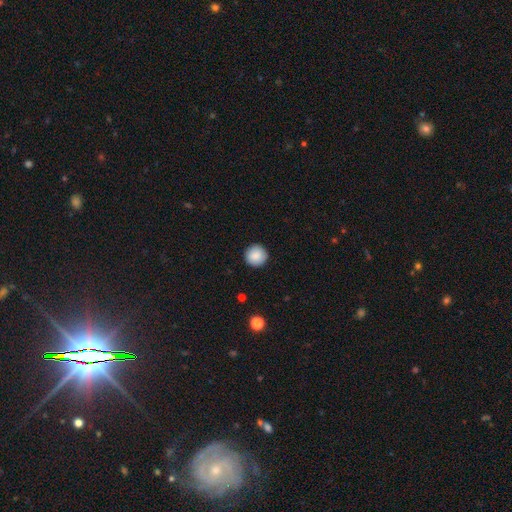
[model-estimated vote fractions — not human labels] smooth_or_featured: smooth (p=0.88) [alt: star or artifact p=0.08]
how_rounded: round (p=0.96) [alt: in between p=0.03]
merging: none (p=0.92) [alt: minor disturbance p=0.05]